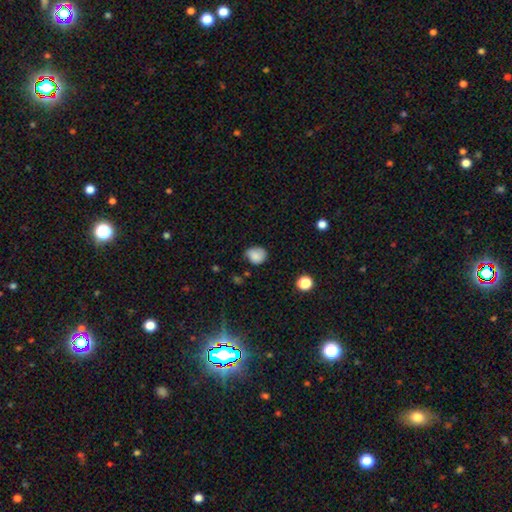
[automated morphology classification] type=smooth (78%); roundness=round (67%); merging=none (61%).